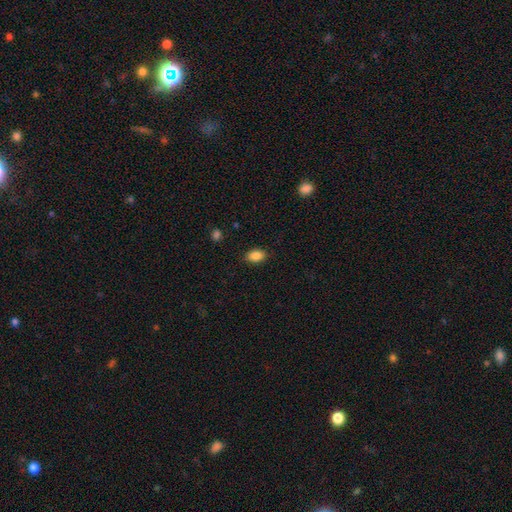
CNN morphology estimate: smooth-or-featured: smooth: 88% | star or artifact: 8% | featured or disk: 4%
  how-rounded: in between: 88% | round: 10% | cigar-shaped: 2%
  merging: none: 87% | minor disturbance: 9% | major disturbance: 2% | merger: 1%